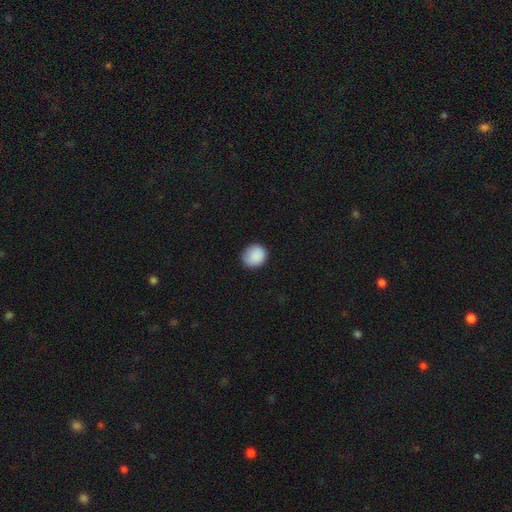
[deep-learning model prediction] Smooth or featured?
  - smooth: 89% *
  - star or artifact: 8%
  - featured or disk: 3%
How rounded?
  - round: 82% *
  - in between: 17%
  - cigar-shaped: 1%
Merging?
  - none: 83% *
  - minor disturbance: 14%
  - major disturbance: 3%
  - merger: 1%